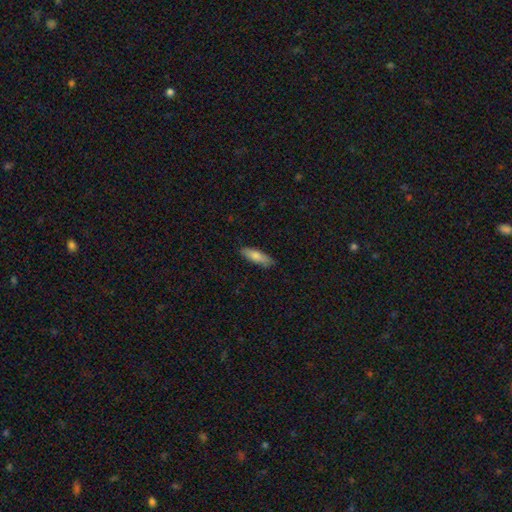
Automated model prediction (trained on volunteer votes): Q: Smooth or featured?
A: smooth (75%); runner-up: featured or disk (19%)
Q: How rounded?
A: cigar-shaped (60%); runner-up: in between (38%)
Q: Merging?
A: none (87%); runner-up: minor disturbance (10%)